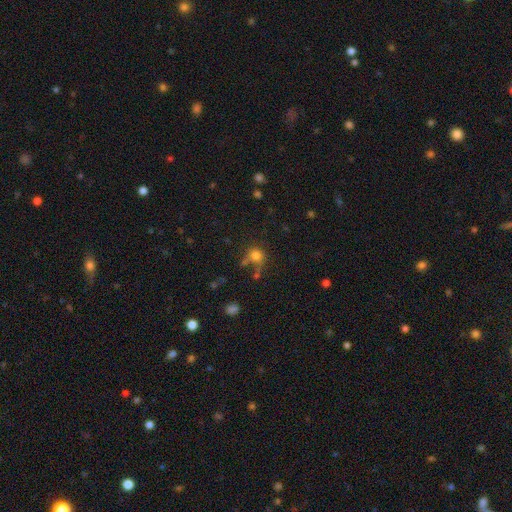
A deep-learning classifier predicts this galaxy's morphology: The model was most divided on "merging": none: 53%, merger: 18%, minor disturbance: 18%, major disturbance: 11%. More confident: how rounded — round (80%); smooth or featured — smooth (76%).